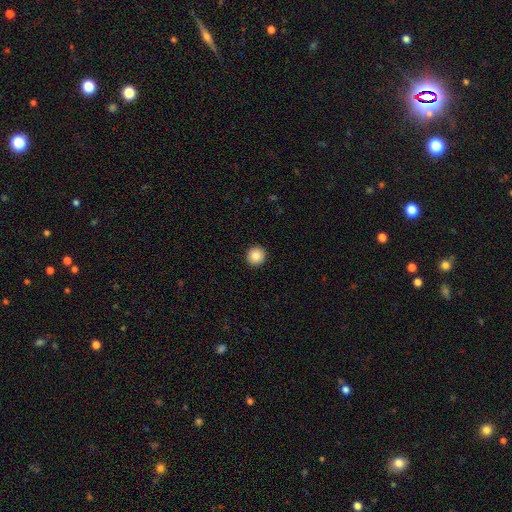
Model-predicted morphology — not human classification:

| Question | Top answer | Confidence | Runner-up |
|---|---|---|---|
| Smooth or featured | smooth | 84% | star or artifact (9%) |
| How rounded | round | 95% | in between (4%) |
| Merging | none | 93% | minor disturbance (4%) |